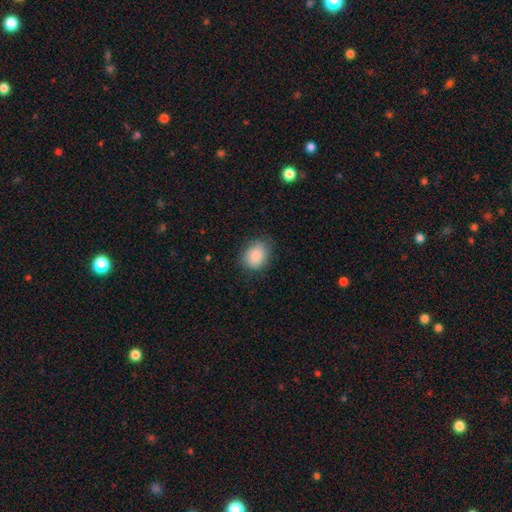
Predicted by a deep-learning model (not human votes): Overall: smooth (88%). How rounded: round (53%; in between 46%). Merging: none (78%).